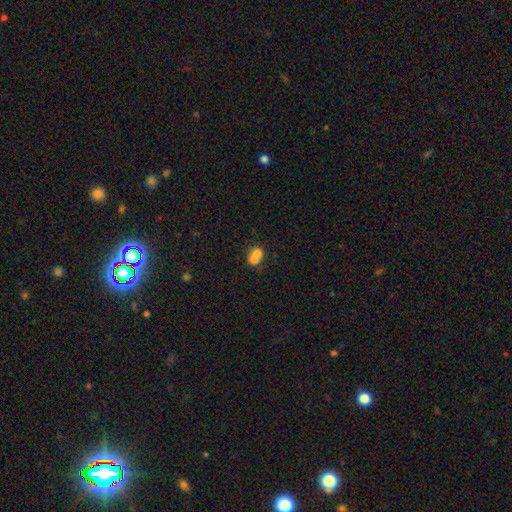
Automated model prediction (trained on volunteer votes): A smooth galaxy with no disk features (67%) that is round (64%).

Vote fractions:
- Smooth or featured? smooth: 67% / featured or disk: 22% / star or artifact: 11%
- How rounded? round: 64% / in between: 35% / cigar-shaped: 1%
- Merging? merger: 66% / none: 24% / minor disturbance: 7% / major disturbance: 4%